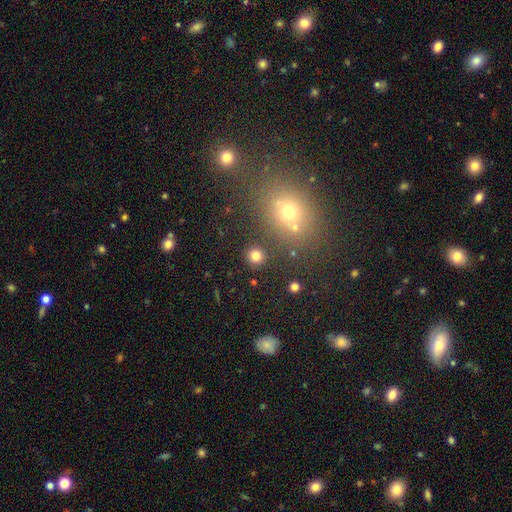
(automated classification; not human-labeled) A smooth galaxy with no disk features (81%) that is round (92%). Merging: none (88%).